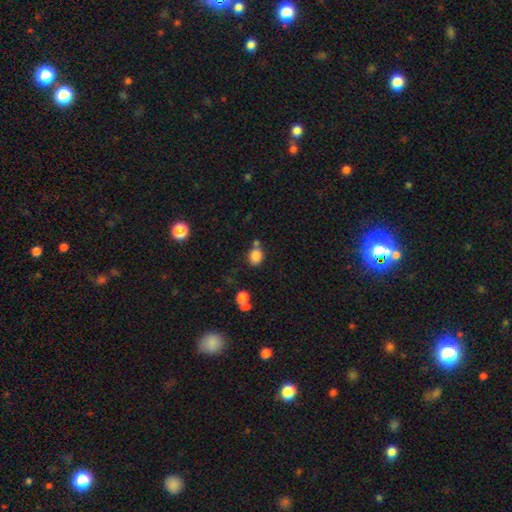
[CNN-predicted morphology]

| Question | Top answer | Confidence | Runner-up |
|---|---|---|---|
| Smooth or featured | smooth | 84% | star or artifact (11%) |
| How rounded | in between | 55% | round (44%) |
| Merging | none | 63% | merger (17%) |